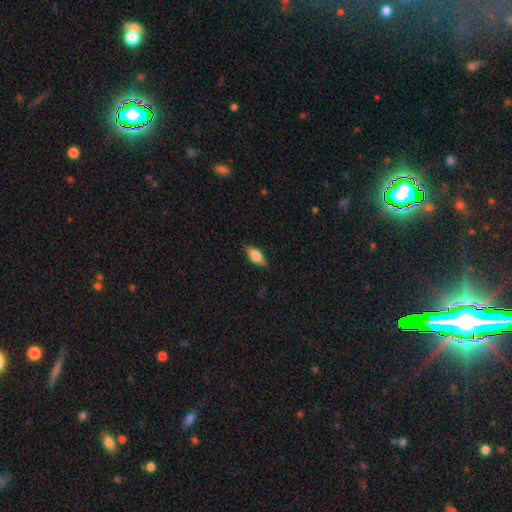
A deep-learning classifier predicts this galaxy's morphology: Smooth or featured: smooth — 78% (featured or disk — 15%)
How rounded: in between — 85% (cigar-shaped — 12%)
Merging: none — 82% (minor disturbance — 14%)